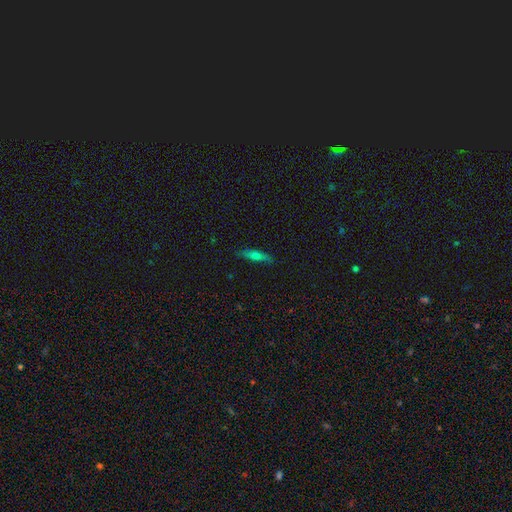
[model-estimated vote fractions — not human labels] smooth_or_featured: smooth (p=0.60) [alt: featured or disk p=0.32]
how_rounded: cigar-shaped (p=0.73) [alt: in between p=0.24]
merging: none (p=0.83) [alt: minor disturbance p=0.14]